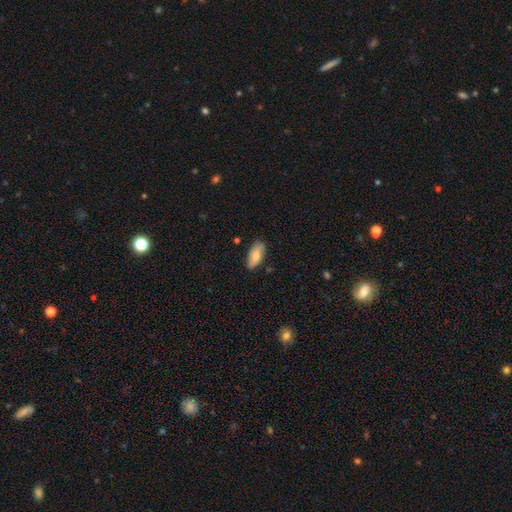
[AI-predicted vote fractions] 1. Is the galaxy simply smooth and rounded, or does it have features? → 71% smooth, 23% featured or disk, 6% star or artifact.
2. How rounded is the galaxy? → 86% in between, 12% cigar-shaped, 3% round.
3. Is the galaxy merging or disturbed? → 79% none, 17% minor disturbance, 3% major disturbance, 2% merger.